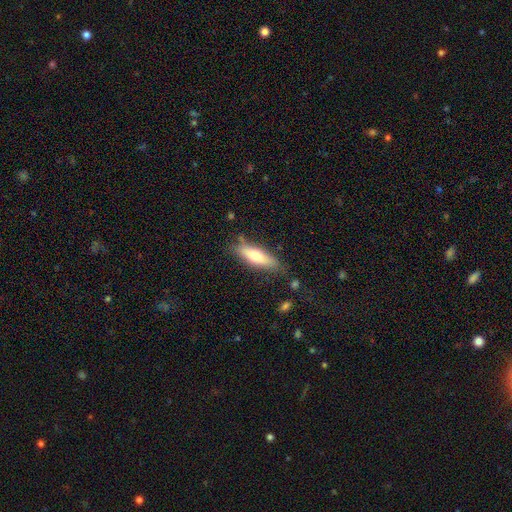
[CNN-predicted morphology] A smooth galaxy with no disk features (60%) that is cigar-shaped (55%). Merging: none (75%).